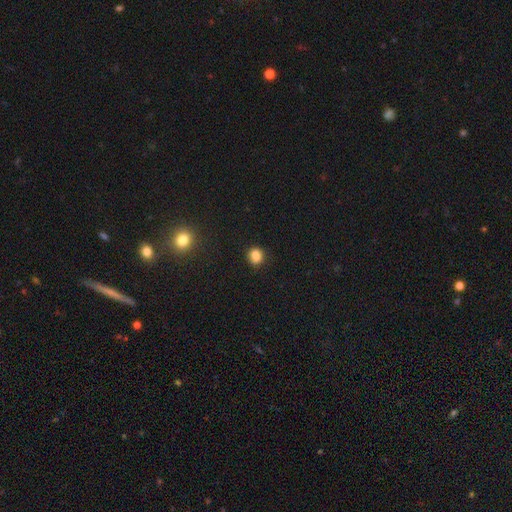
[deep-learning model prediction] This appears to be a smooth galaxy with no disk features (82%) that is round (64%). Merging: none (72%).